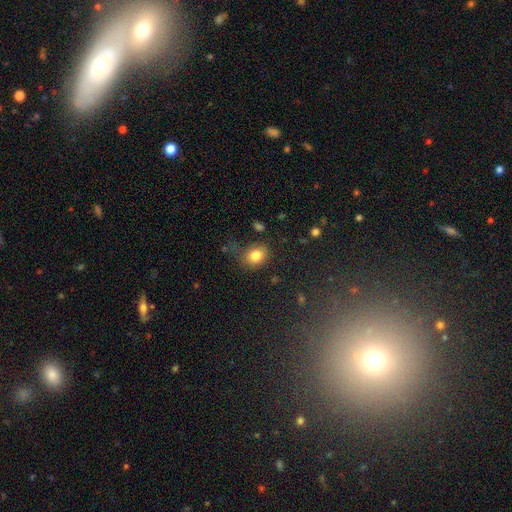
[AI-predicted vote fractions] Smooth or featured? smooth (81%)
How rounded? round (57%)
Merging? none (61%)